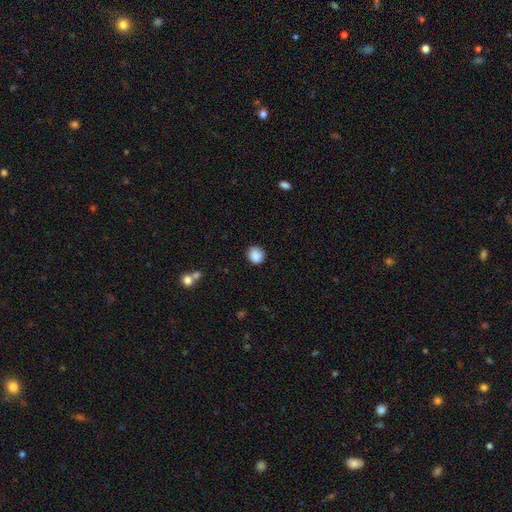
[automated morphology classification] Q: Smooth or featured?
A: smooth (89%); runner-up: star or artifact (8%)
Q: How rounded?
A: round (81%); runner-up: in between (18%)
Q: Merging?
A: none (86%); runner-up: minor disturbance (10%)